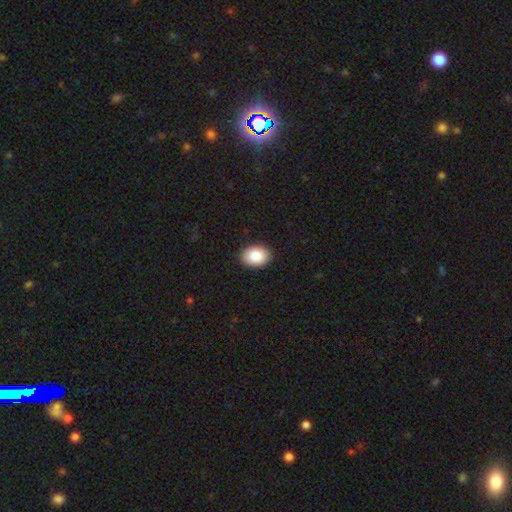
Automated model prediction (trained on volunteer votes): Q: Smooth or featured?
A: smooth (87%); runner-up: star or artifact (7%)
Q: How rounded?
A: in between (72%); runner-up: round (27%)
Q: Merging?
A: none (90%); runner-up: minor disturbance (7%)